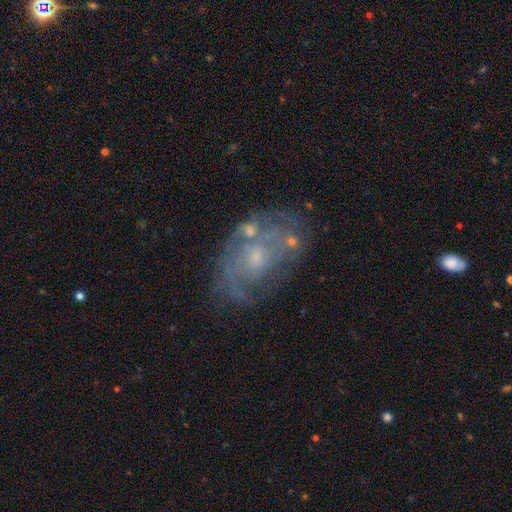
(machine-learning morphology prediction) Smooth or featured? featured or disk (66%)
Edge-on disk? no (96%)
Bar? no (79%)
Spiral arms? no (51%)
Bulge size? small (55%)
Merging? none (57%)